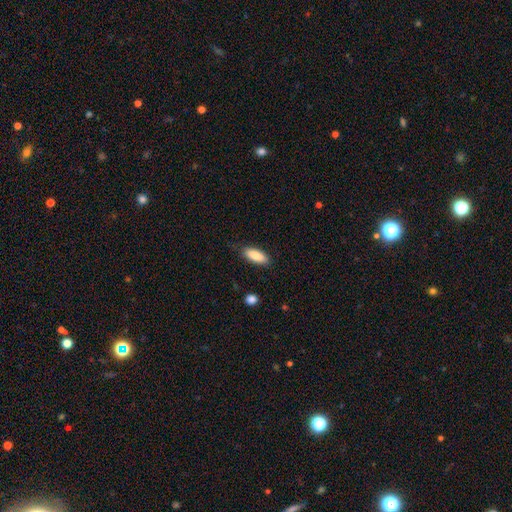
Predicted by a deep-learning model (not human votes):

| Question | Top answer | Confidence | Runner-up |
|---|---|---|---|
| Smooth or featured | smooth | 86% | featured or disk (7%) |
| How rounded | in between | 74% | cigar-shaped (24%) |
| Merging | none | 82% | minor disturbance (14%) |